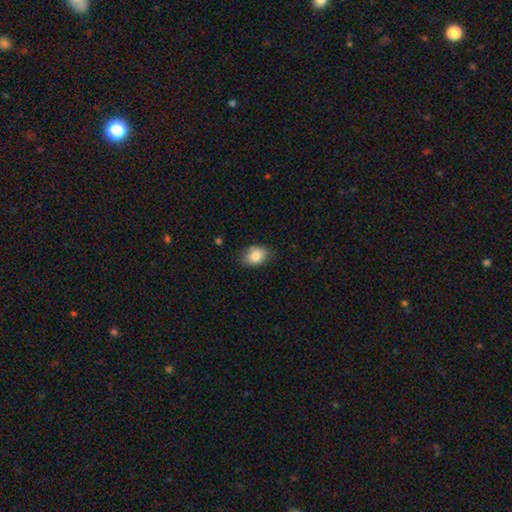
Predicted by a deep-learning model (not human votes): smooth 85%, star or artifact 8%, featured or disk 7%. Down the decision tree: how rounded — in between (79%); merging — none (77%).